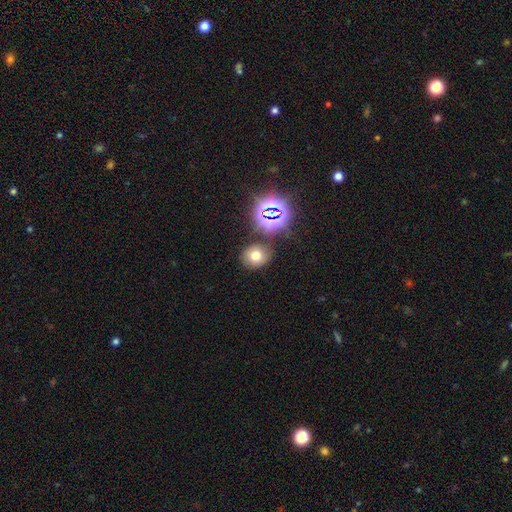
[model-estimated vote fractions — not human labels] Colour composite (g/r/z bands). It shows a smooth galaxy with no disk features (65%) that is round (71%). Merging: none (77%).